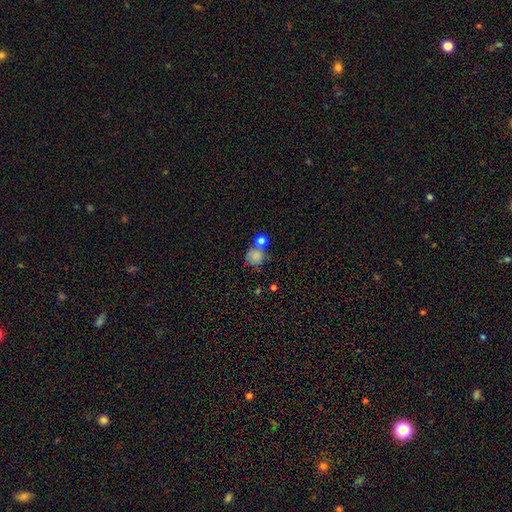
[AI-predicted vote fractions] Q: Smooth or featured?
A: smooth (78%); runner-up: star or artifact (11%)
Q: How rounded?
A: round (82%); runner-up: in between (16%)
Q: Merging?
A: none (45%); runner-up: merger (34%)